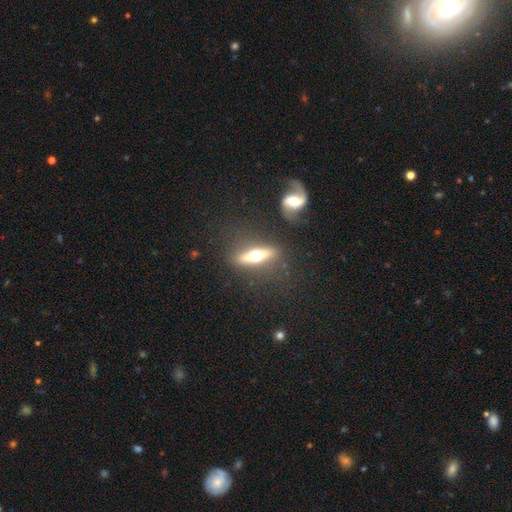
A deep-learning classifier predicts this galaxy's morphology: Smooth or featured? Predicted: featured or disk (p=0.62). Edge-on disk? Predicted: yes (p=0.87). Edge-on bulge? Predicted: rounded (p=0.94). Merging? Predicted: none (p=0.77).